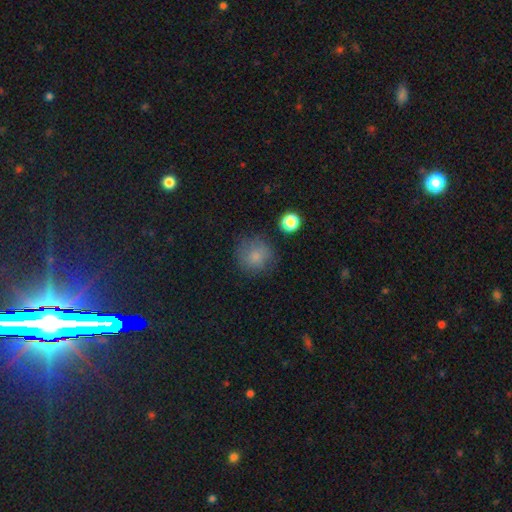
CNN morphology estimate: This is clearly a smooth galaxy (80%). How rounded: clearly round (91%). Merging: likely none (75%).